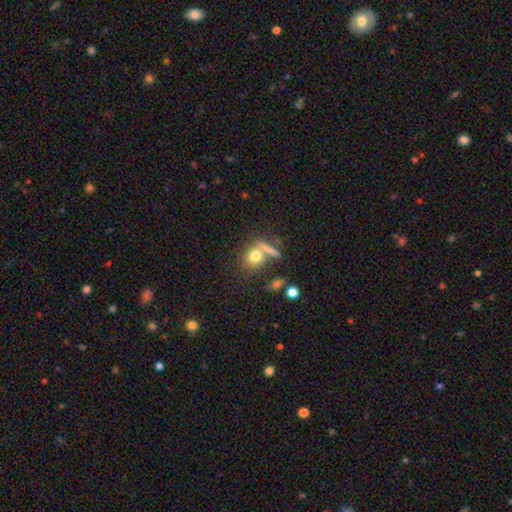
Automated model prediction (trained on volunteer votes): Overall: smooth (75%). How rounded: round (71%). Merging: none (55%; merger 26%).